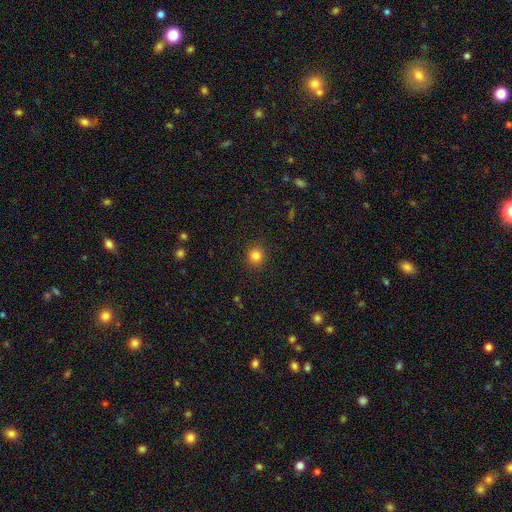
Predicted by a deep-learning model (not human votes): Smooth or featured?
  - smooth: 83% *
  - star or artifact: 12%
  - featured or disk: 4%
How rounded?
  - round: 91% *
  - in between: 8%
  - cigar-shaped: 1%
Merging?
  - none: 91% *
  - minor disturbance: 6%
  - major disturbance: 2%
  - merger: 1%